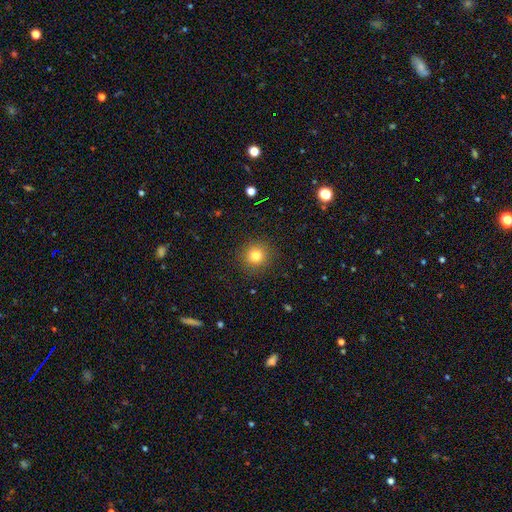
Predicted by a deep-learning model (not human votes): Smooth or featured? Predicted: smooth (p=0.80). How rounded? Predicted: round (p=0.93). Merging? Predicted: none (p=0.90).